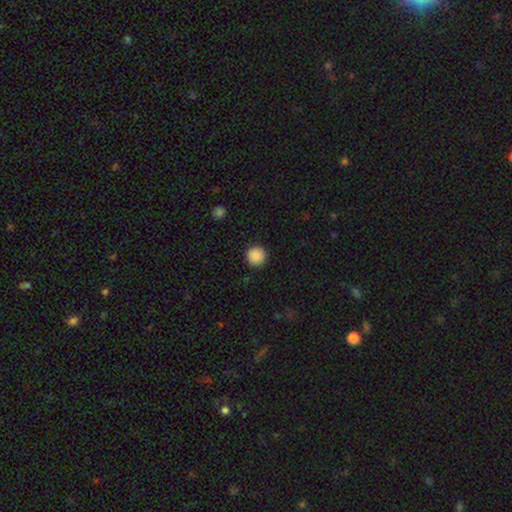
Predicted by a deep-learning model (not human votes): Smooth or featured?
  - smooth: 89% *
  - star or artifact: 9%
  - featured or disk: 2%
How rounded?
  - round: 96% *
  - in between: 3%
  - cigar-shaped: 1%
Merging?
  - none: 92% *
  - minor disturbance: 5%
  - major disturbance: 2%
  - merger: 1%